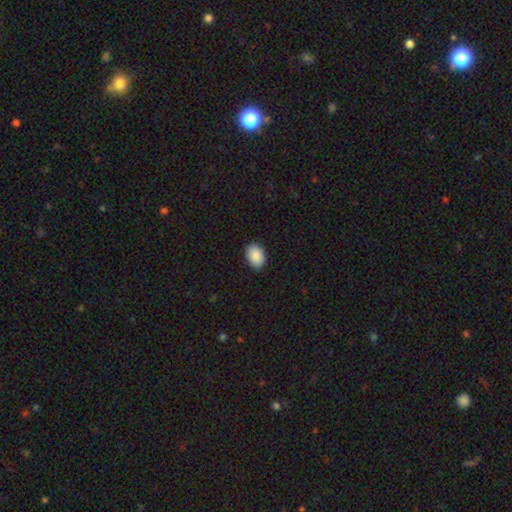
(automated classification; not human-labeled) Overall: smooth (89%). How rounded: in between (84%). Merging: none (87%).